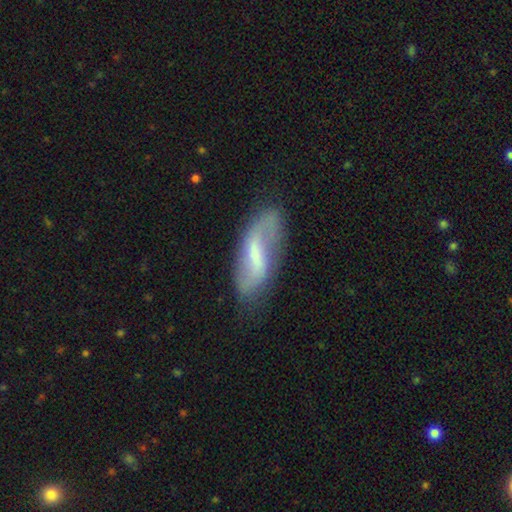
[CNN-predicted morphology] type=featured or disk (62%); edge-on=no (90%); bar=strong (44%); spiral arms=yes (76%); bulge=small (36%); merging=none (67%).